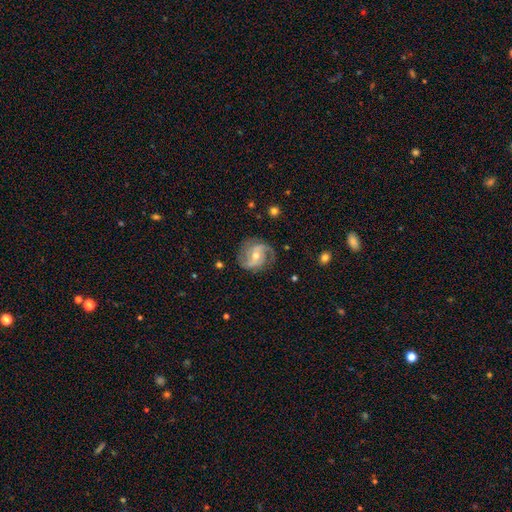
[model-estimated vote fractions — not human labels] This is clearly a featured or disk galaxy (85%). It is clearly not viewed edge-on (98%). Bar: marginally no (44%). Spiral arm pattern: clearly yes (96%). Spiral arm count: likely 2 (77%). Spiral winding: possibly medium (50%). Central bulge: possibly moderate (56%). Merging: likely none (77%).